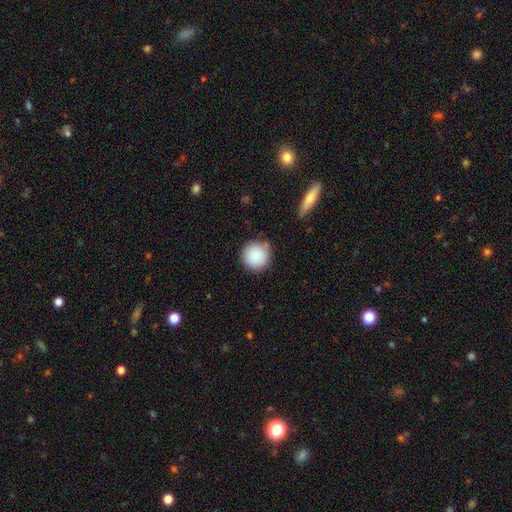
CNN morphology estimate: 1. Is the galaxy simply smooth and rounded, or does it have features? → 87% smooth, 8% star or artifact, 5% featured or disk.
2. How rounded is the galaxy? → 95% round, 4% in between, 1% cigar-shaped.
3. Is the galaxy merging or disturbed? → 83% none, 12% minor disturbance, 3% major disturbance, 2% merger.